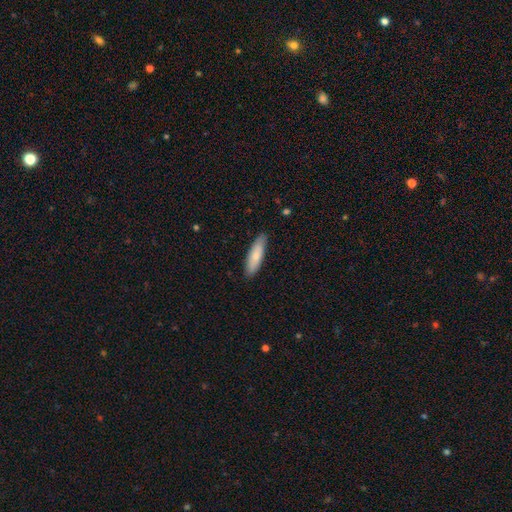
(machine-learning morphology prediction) smooth_or_featured: smooth (p=0.73) [alt: featured or disk p=0.21]
how_rounded: cigar-shaped (p=0.58) [alt: in between p=0.40]
merging: none (p=0.85) [alt: minor disturbance p=0.12]